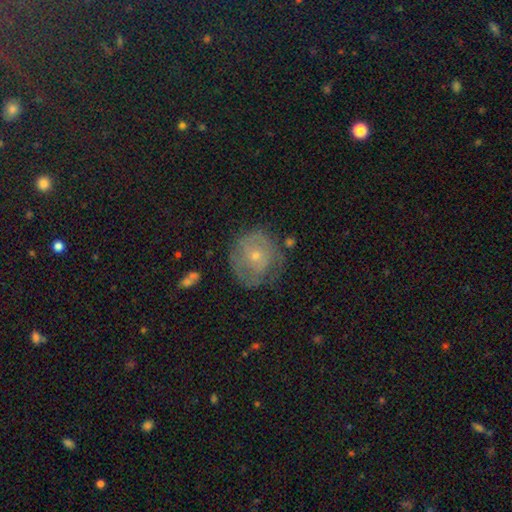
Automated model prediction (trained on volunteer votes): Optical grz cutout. It shows a featured or disk galaxy (56%) with no bar (80%), spiral arms (64%) and a small central bulge (69%). Merging: none (58%).